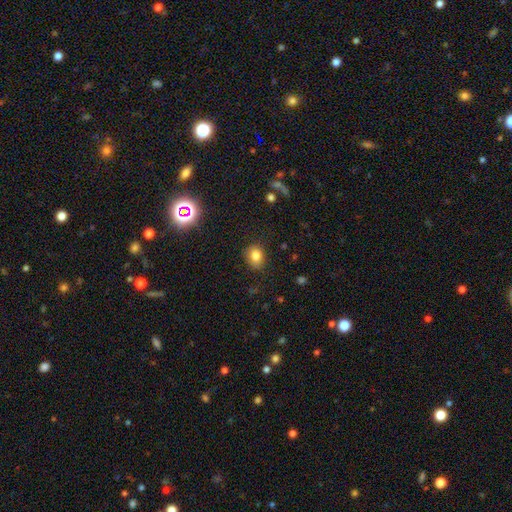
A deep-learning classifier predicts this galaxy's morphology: This is clearly a smooth galaxy (81%). How rounded: possibly round (50%). Merging: clearly none (83%).